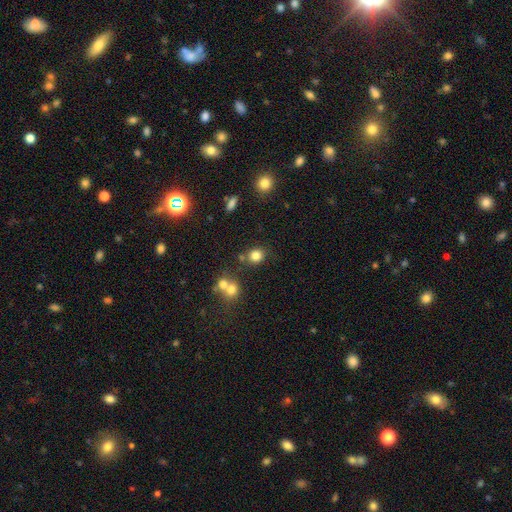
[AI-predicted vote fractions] Smooth or featured?
  - smooth: 81% *
  - star or artifact: 13%
  - featured or disk: 7%
How rounded?
  - round: 77% *
  - in between: 22%
  - cigar-shaped: 1%
Merging?
  - none: 73% *
  - merger: 12%
  - minor disturbance: 11%
  - major disturbance: 4%